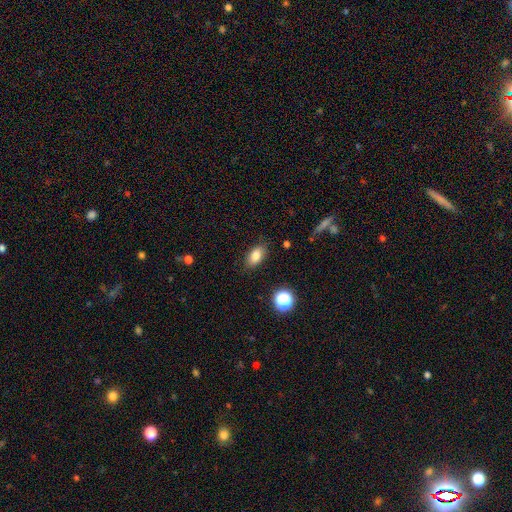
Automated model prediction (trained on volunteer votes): smooth 82%, star or artifact 10%, featured or disk 8%. Down the decision tree: how rounded — in between (88%); merging — none (85%).